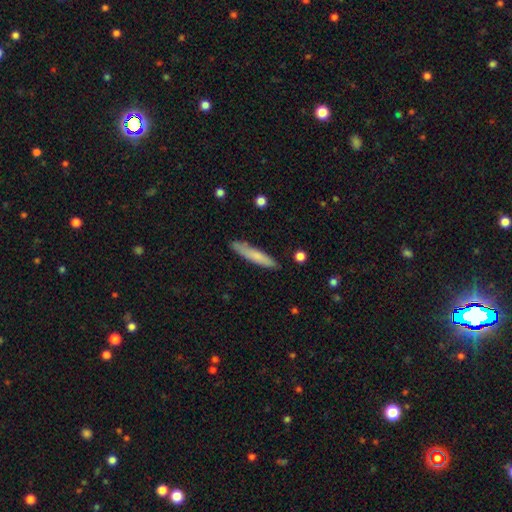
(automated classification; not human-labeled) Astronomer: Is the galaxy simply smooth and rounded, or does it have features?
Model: smooth — 72%.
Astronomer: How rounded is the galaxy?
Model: cigar-shaped — 92%.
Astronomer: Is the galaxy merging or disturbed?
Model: none — 84%.